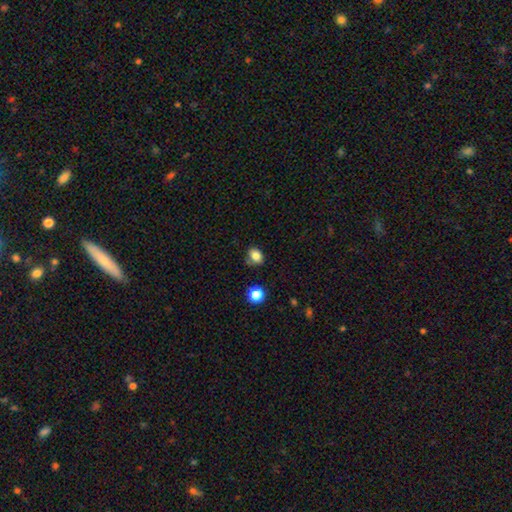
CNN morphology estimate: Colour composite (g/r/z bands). It shows a smooth galaxy with no disk features (80%) that is in between round and cigar-shaped (55%). Merging: none (66%).